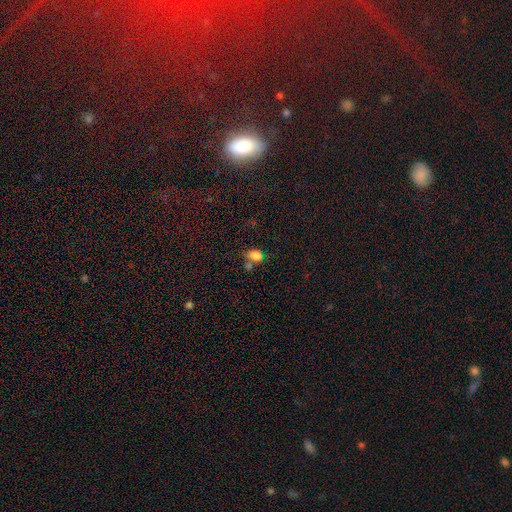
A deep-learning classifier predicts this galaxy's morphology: Smooth or featured?
  - smooth: 82% *
  - star or artifact: 12%
  - featured or disk: 6%
How rounded?
  - in between: 77% *
  - round: 21%
  - cigar-shaped: 1%
Merging?
  - none: 46% *
  - merger: 32%
  - minor disturbance: 16%
  - major disturbance: 7%